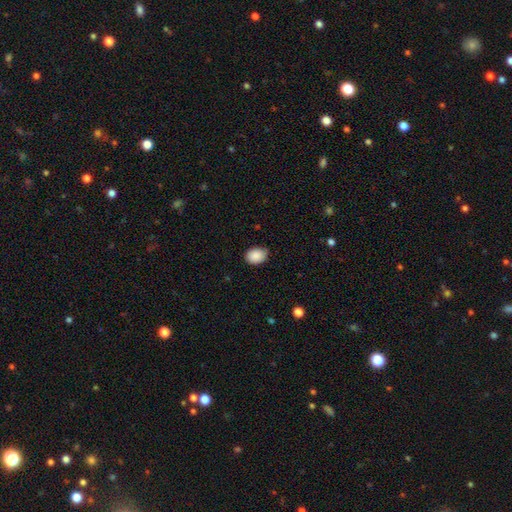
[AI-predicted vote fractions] Smooth or featured?
  - smooth: 89% *
  - star or artifact: 7%
  - featured or disk: 4%
How rounded?
  - in between: 70% *
  - round: 29%
  - cigar-shaped: 1%
Merging?
  - none: 78% *
  - minor disturbance: 19%
  - major disturbance: 3%
  - merger: 1%